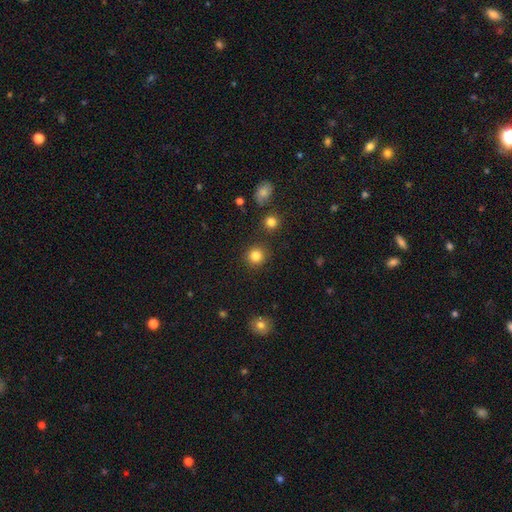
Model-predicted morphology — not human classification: smooth_or_featured: smooth (p=0.84) [alt: star or artifact p=0.12]
how_rounded: round (p=0.92) [alt: in between p=0.07]
merging: none (p=0.89) [alt: minor disturbance p=0.06]